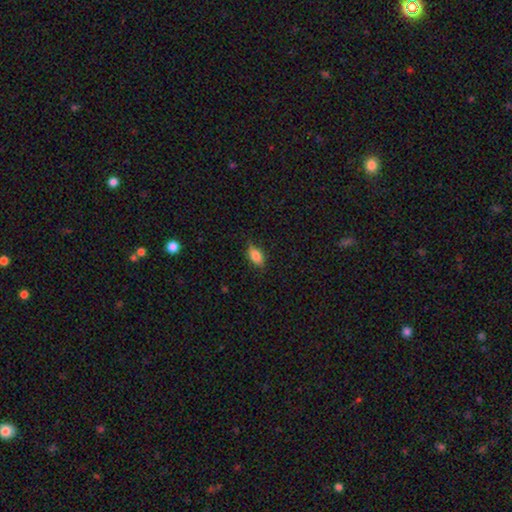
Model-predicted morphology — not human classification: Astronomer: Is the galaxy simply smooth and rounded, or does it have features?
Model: smooth — 80%.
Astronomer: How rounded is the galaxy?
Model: in between — 86%.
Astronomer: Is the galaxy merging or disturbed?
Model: none — 78%.